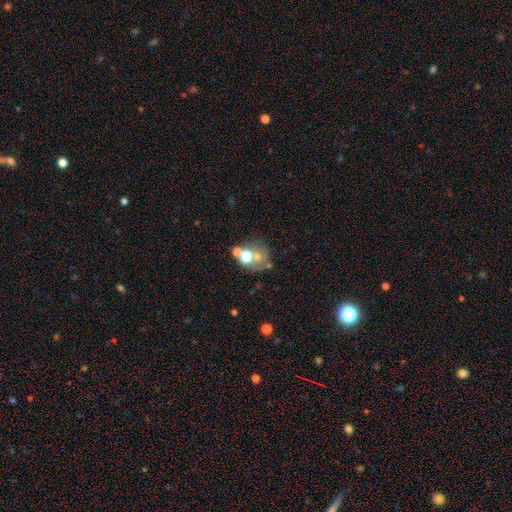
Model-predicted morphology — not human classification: Smooth or featured?
  - smooth: 54% *
  - featured or disk: 25%
  - star or artifact: 21%
How rounded?
  - round: 78% *
  - in between: 21%
  - cigar-shaped: 1%
Merging?
  - none: 46% *
  - merger: 34%
  - minor disturbance: 11%
  - major disturbance: 9%